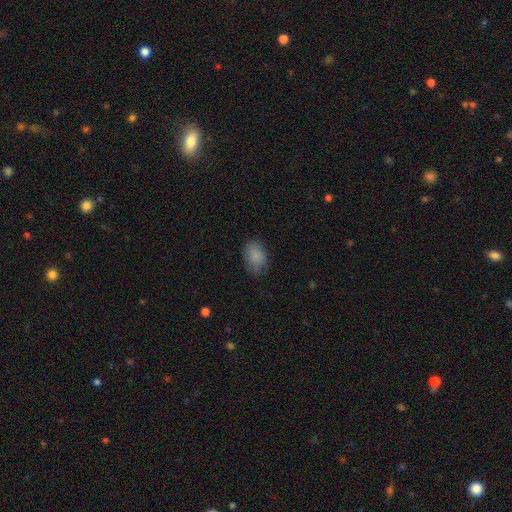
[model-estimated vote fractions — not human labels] Q: Smooth or featured?
A: smooth (87%); runner-up: star or artifact (7%)
Q: How rounded?
A: in between (80%); runner-up: round (19%)
Q: Merging?
A: none (77%); runner-up: minor disturbance (18%)